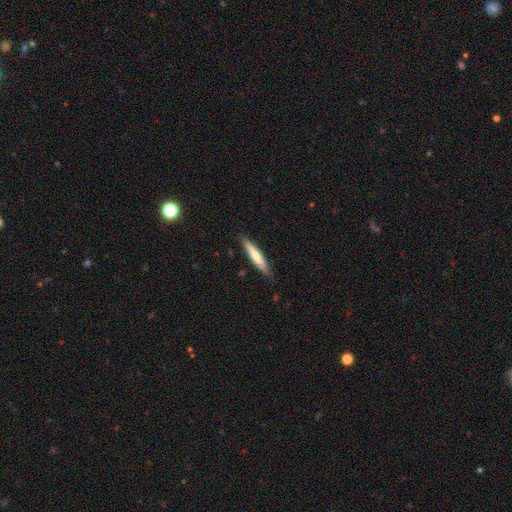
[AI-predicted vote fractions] smooth 55%, featured or disk 40%, star or artifact 5%. Down the decision tree: how rounded — cigar-shaped (91%); merging — none (86%).